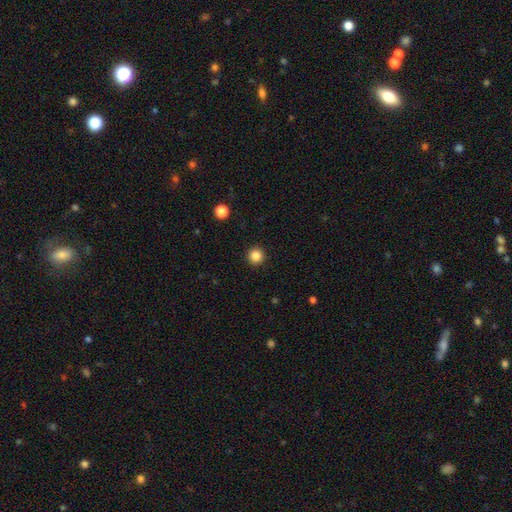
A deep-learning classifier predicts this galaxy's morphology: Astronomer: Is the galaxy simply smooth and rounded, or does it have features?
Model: smooth — 85%.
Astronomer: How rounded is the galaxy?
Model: round — 96%.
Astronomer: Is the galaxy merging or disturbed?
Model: none — 93%.